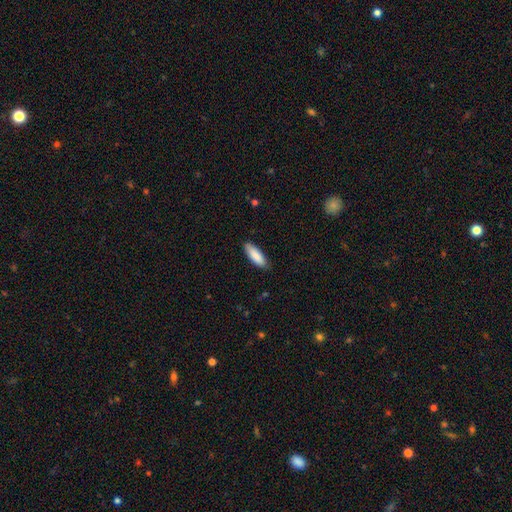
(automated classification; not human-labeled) Smooth or featured?
  - smooth: 88% *
  - featured or disk: 7%
  - star or artifact: 6%
How rounded?
  - in between: 62% *
  - cigar-shaped: 37%
  - round: 1%
Merging?
  - none: 84% *
  - minor disturbance: 13%
  - major disturbance: 2%
  - merger: 1%